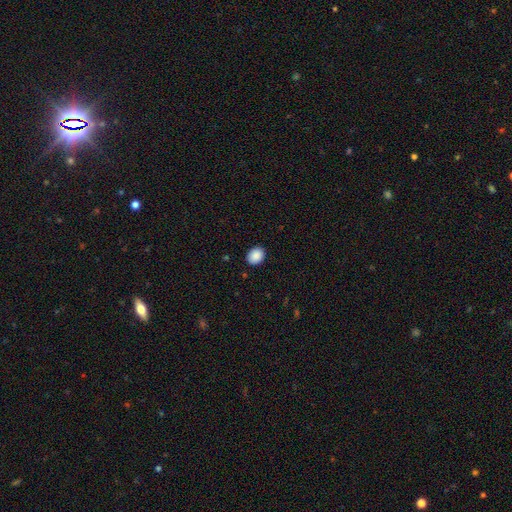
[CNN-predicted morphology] Smooth or featured? Predicted: smooth (p=0.90). How rounded? Predicted: in between (p=0.51). Merging? Predicted: none (p=0.90).